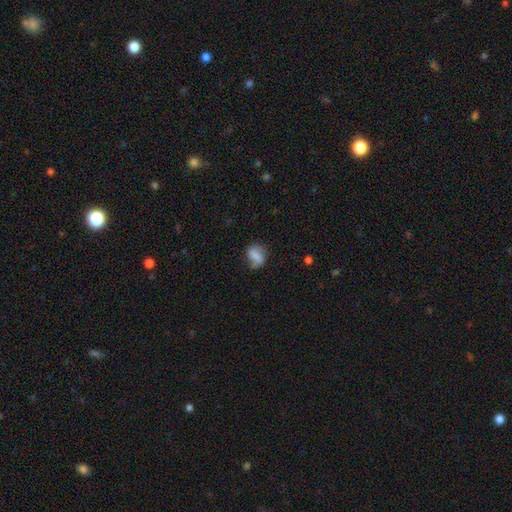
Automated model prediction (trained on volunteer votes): A smooth galaxy with no disk features (68%) that is in between round and cigar-shaped (66%). Merging: none (57%).